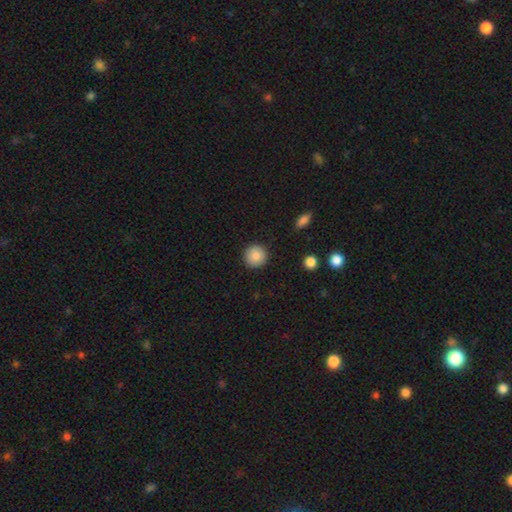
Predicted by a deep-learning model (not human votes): A smooth galaxy with no disk features (85%) that is round (95%).

Vote fractions:
- Smooth or featured? smooth: 85% / star or artifact: 8% / featured or disk: 7%
- How rounded? round: 95% / in between: 4% / cigar-shaped: 1%
- Merging? none: 91% / minor disturbance: 6% / major disturbance: 2% / merger: 1%